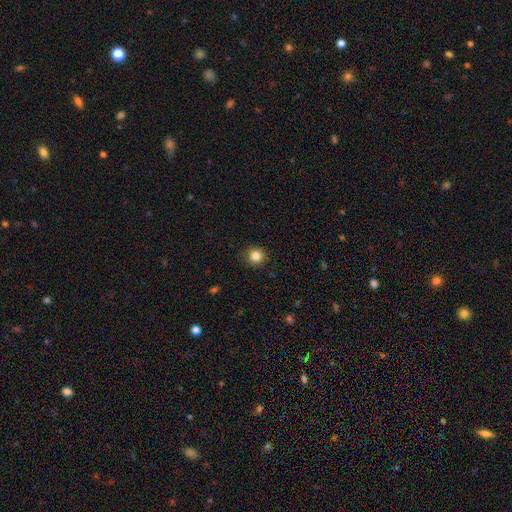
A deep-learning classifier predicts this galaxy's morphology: smooth 84%, star or artifact 11%, featured or disk 5%. Down the decision tree: how rounded — round (92%); merging — none (88%).